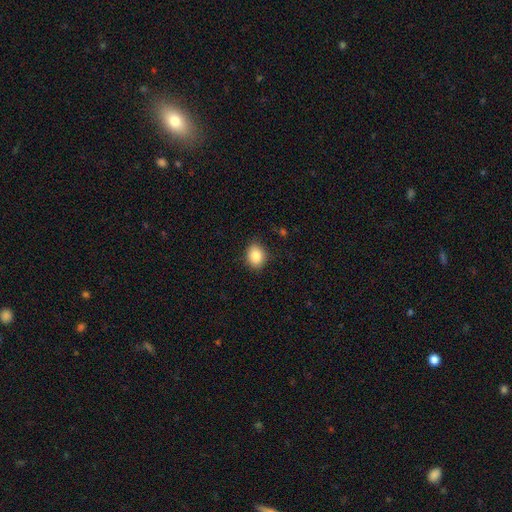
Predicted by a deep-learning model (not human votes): The model was most divided on "how rounded": in between: 57%, round: 42%, cigar-shaped: 1%. More confident: smooth or featured — smooth (87%); merging — none (83%).